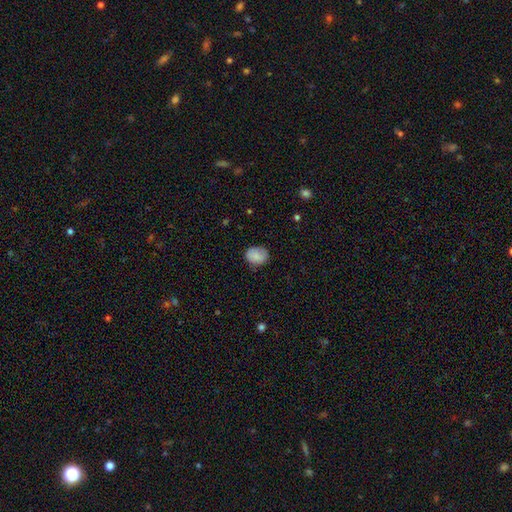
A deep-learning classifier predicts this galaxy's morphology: smooth 82%, featured or disk 10%, star or artifact 8%. Down the decision tree: how rounded — round (51%); merging — none (77%).